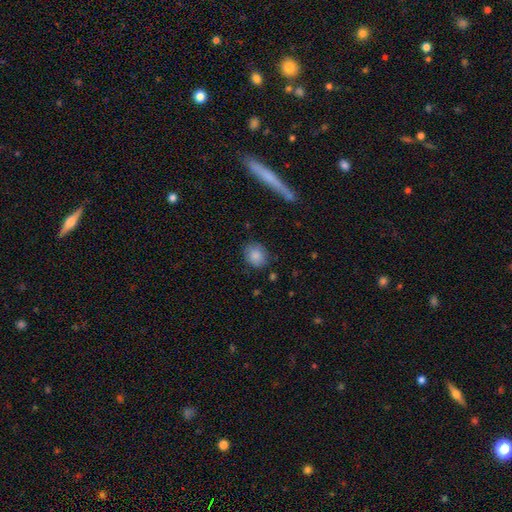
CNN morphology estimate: Smooth or featured? Predicted: smooth (p=0.86). How rounded? Predicted: round (p=0.62). Merging? Predicted: none (p=0.80).